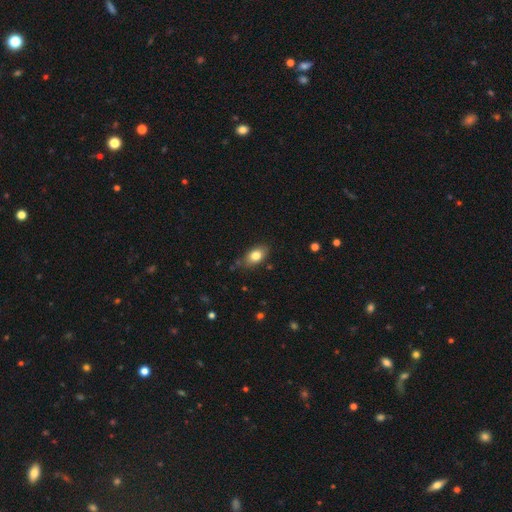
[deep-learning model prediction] A smooth galaxy with no disk features (82%) that is in between round and cigar-shaped (86%).

Vote fractions:
- Smooth or featured? smooth: 82% / featured or disk: 10% / star or artifact: 8%
- How rounded? in between: 86% / round: 11% / cigar-shaped: 3%
- Merging? none: 79% / minor disturbance: 16% / major disturbance: 3% / merger: 2%